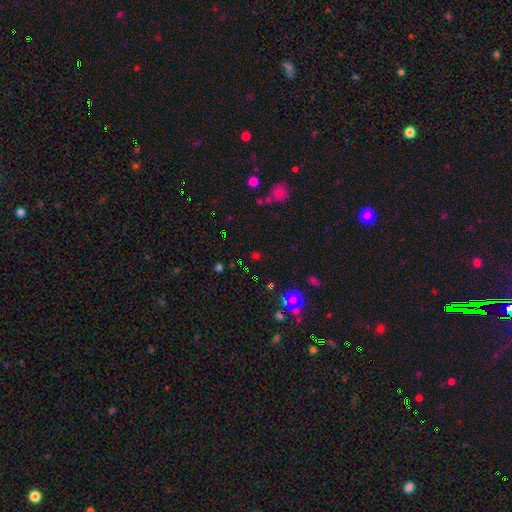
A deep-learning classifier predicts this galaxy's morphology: type=star or artifact (55%).